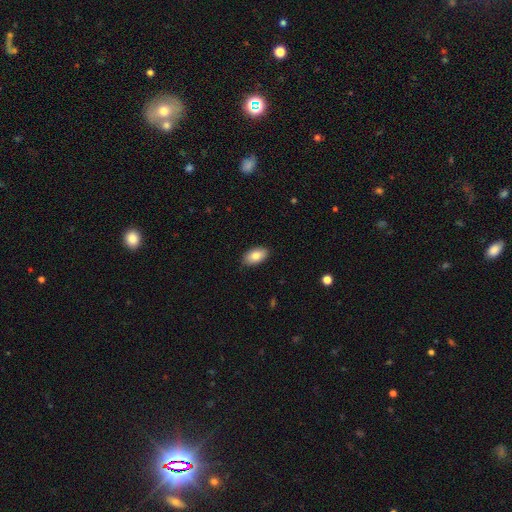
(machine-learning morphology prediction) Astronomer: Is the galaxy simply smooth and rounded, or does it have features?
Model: smooth — 83%.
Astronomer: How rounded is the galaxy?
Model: in between — 94%.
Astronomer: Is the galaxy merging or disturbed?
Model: none — 88%.